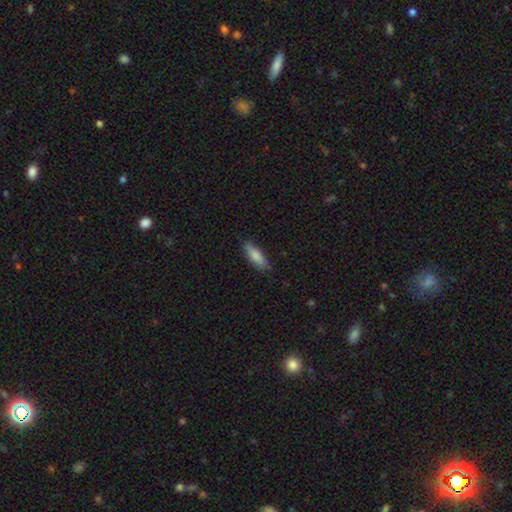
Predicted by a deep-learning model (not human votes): This is clearly a smooth galaxy (84%). How rounded: possibly in between (58%). Merging: clearly none (80%).